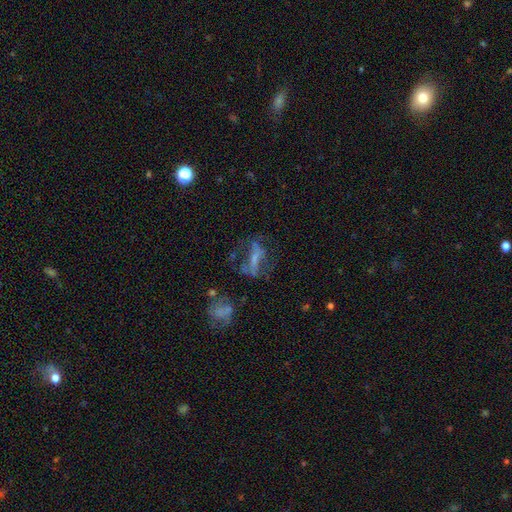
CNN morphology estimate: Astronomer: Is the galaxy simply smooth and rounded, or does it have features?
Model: featured or disk — 52% (runner-up: smooth, 30%).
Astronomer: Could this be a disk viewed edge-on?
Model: no — 85%.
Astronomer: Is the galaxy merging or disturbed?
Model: none — 42% (runner-up: major disturbance, 33%).